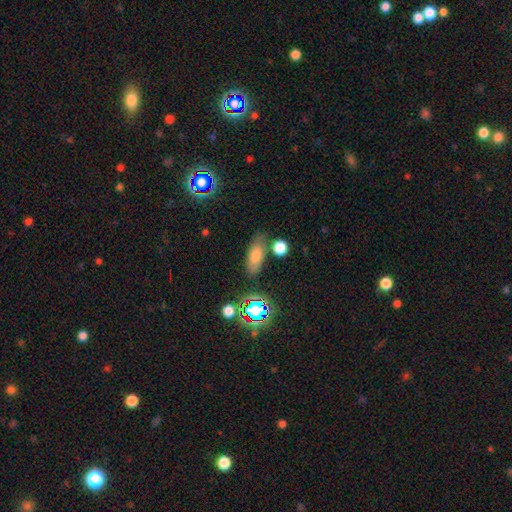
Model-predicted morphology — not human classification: This appears to be a smooth galaxy with no disk features (71%) that is in between round and cigar-shaped (78%). Merging: none (71%).